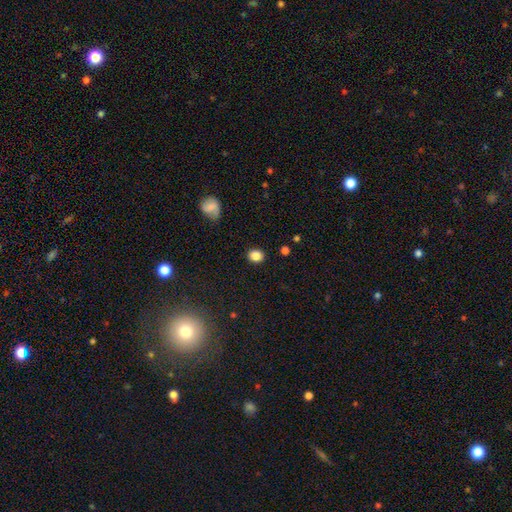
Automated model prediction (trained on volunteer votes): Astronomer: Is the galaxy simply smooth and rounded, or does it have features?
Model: smooth — 85%.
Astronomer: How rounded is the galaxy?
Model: round — 67%.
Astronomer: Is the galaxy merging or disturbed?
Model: none — 87%.